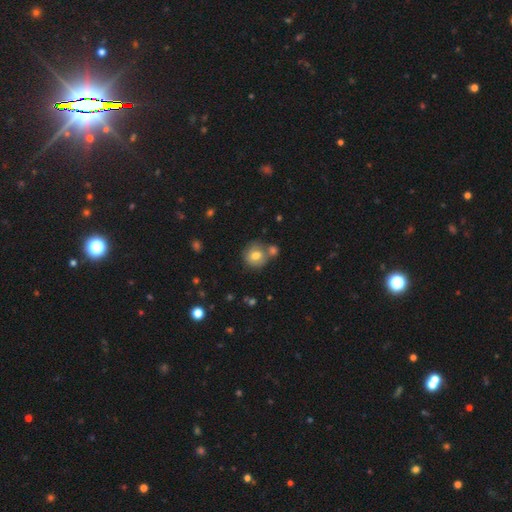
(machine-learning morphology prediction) A smooth galaxy with no disk features (75%) that is round (84%).

Vote fractions:
- Smooth or featured? smooth: 75% / featured or disk: 16% / star or artifact: 9%
- How rounded? round: 84% / in between: 15% / cigar-shaped: 1%
- Merging? none: 59% / merger: 25% / minor disturbance: 12% / major disturbance: 4%